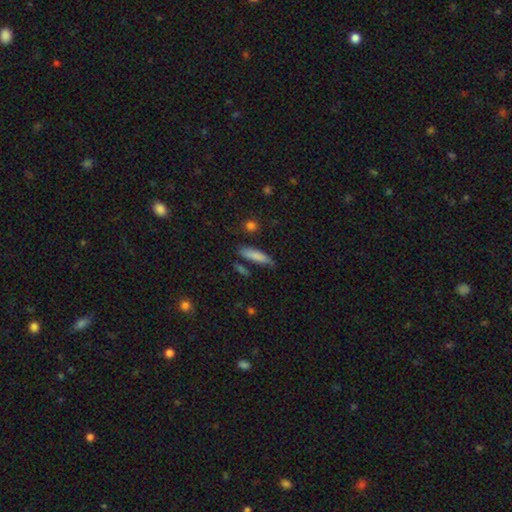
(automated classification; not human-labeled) This is clearly a smooth galaxy (81%). How rounded: likely cigar-shaped (72%). Merging: likely none (72%).